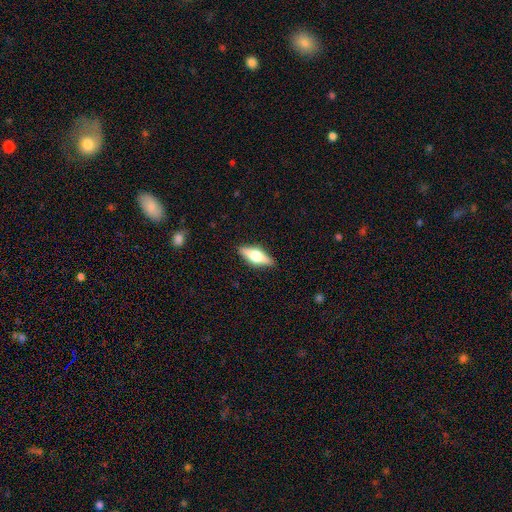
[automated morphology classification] Smooth or featured? smooth (47%)
Merging? none (88%)